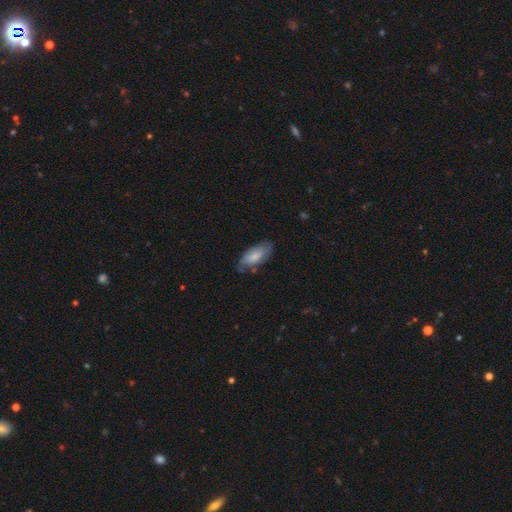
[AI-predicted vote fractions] The model was most divided on "smooth or featured": smooth: 67%, featured or disk: 26%, star or artifact: 7%. More confident: how rounded — in between (84%); merging — none (69%).